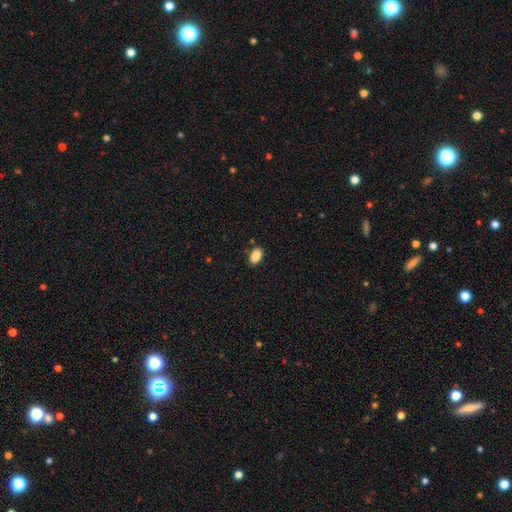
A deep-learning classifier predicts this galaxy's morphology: Smooth or featured: smooth — 88% (star or artifact — 8%)
How rounded: in between — 93% (round — 5%)
Merging: none — 86% (minor disturbance — 10%)